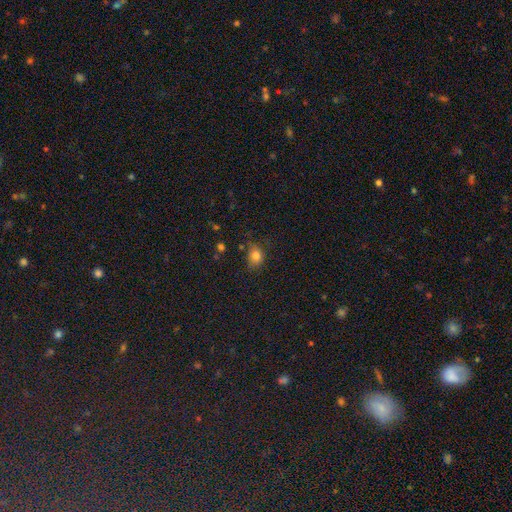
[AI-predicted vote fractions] This is clearly a smooth galaxy (81%). How rounded: possibly round (57%). Merging: likely none (70%).